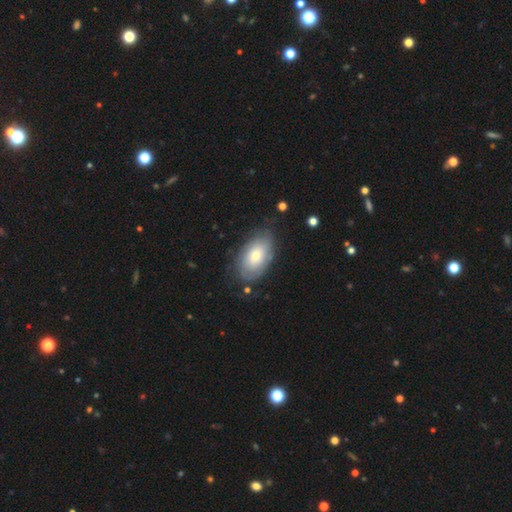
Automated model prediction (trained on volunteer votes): smooth-or-featured: smooth: 51% | featured or disk: 42% | star or artifact: 7%
  how-rounded: in between: 91% | round: 7% | cigar-shaped: 2%
  merging: none: 71% | minor disturbance: 21% | major disturbance: 6% | merger: 2%